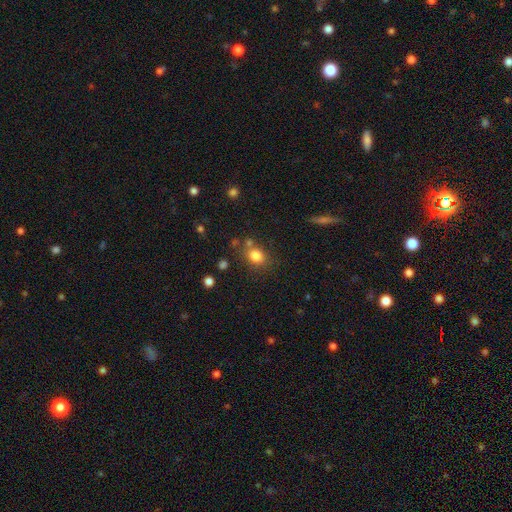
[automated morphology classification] The model was most divided on "how rounded": round: 62%, in between: 37%, cigar-shaped: 1%. More confident: smooth or featured — smooth (81%); merging — none (69%).